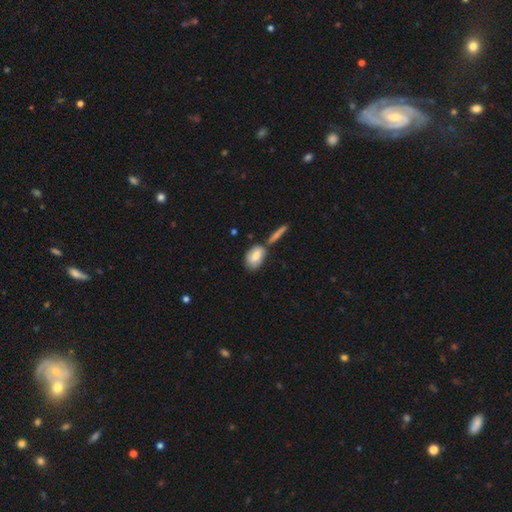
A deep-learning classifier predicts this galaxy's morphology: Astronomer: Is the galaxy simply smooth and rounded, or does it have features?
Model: smooth — 75%.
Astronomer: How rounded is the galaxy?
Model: in between — 84%.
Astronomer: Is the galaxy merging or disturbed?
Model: none — 60%.